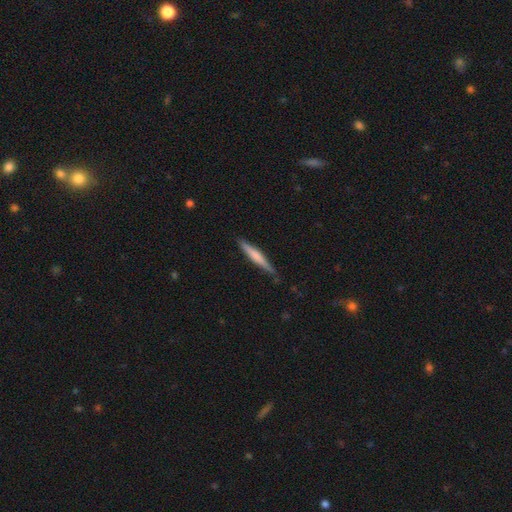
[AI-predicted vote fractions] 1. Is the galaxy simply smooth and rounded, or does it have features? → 56% smooth, 38% featured or disk, 5% star or artifact.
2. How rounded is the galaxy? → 94% cigar-shaped, 4% in between, 1% round.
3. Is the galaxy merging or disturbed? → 83% none, 13% minor disturbance, 2% major disturbance, 2% merger.